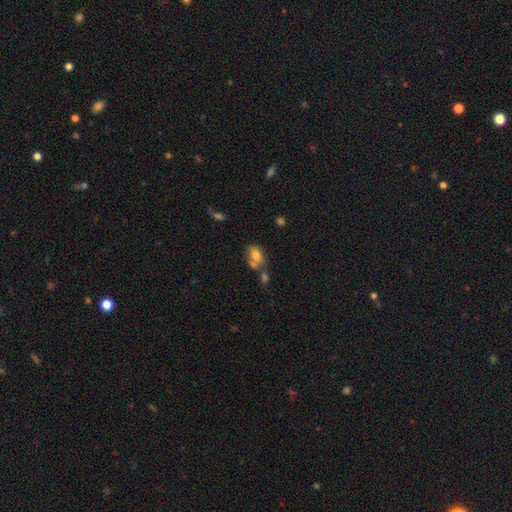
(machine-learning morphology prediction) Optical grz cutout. It shows a smooth galaxy with no disk features (72%) that is in between round and cigar-shaped (80%). Merging: none (40%).